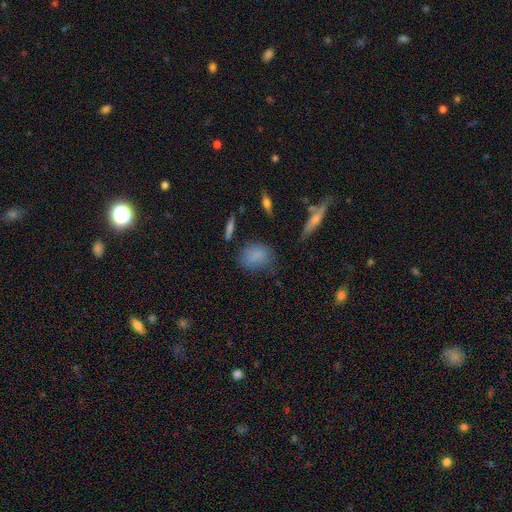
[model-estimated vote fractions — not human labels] Smooth or featured? smooth (81%)
How rounded? in between (64%)
Merging? none (67%)